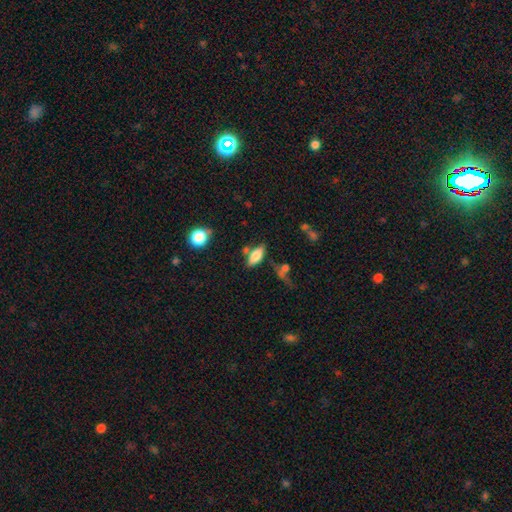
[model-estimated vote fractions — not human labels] smooth 71%, featured or disk 20%, star or artifact 9%. Down the decision tree: how rounded — in between (78%); merging — none (67%).